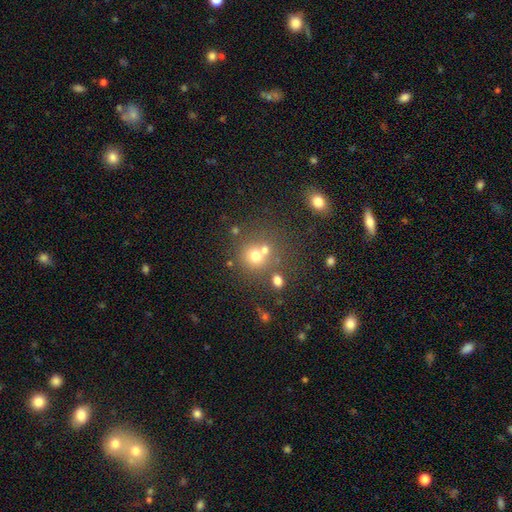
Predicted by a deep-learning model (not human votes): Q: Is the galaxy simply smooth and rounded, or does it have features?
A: smooth — 66%.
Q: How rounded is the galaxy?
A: round — 85%.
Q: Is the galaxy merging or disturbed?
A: none — 53%.